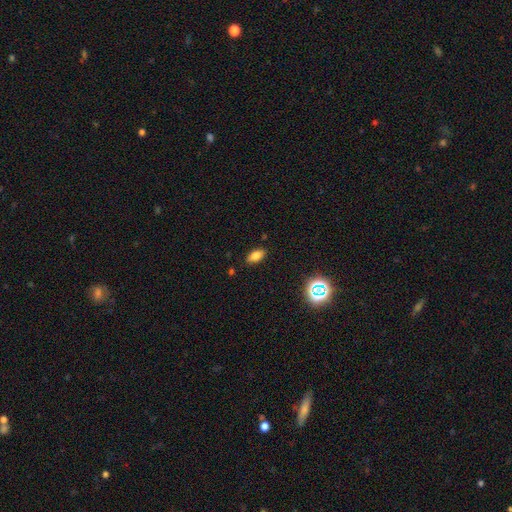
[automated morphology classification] Overall: smooth (80%). How rounded: in between (90%). Merging: none (86%).